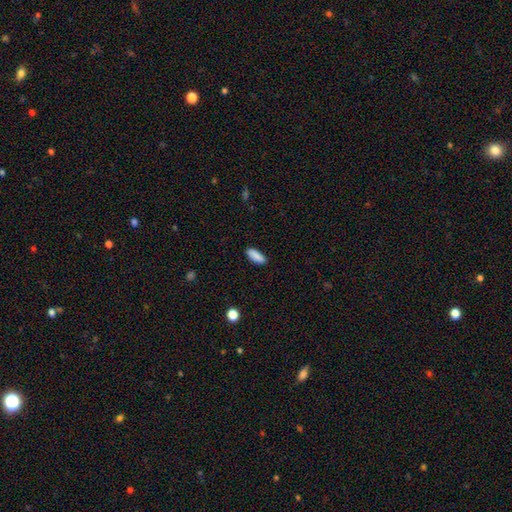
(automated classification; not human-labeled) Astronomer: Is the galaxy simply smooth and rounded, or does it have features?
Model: smooth — 89%.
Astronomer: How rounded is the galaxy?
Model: in between — 71%.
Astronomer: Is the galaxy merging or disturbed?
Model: none — 86%.